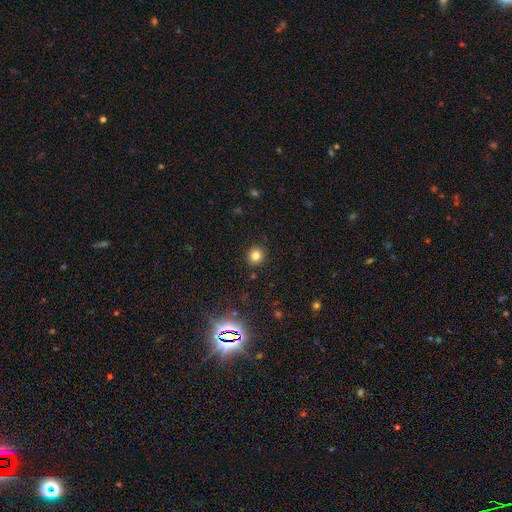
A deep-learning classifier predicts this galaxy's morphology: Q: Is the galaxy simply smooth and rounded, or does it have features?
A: smooth — 81%.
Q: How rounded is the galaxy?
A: round — 91%.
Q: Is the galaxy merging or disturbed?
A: none — 91%.